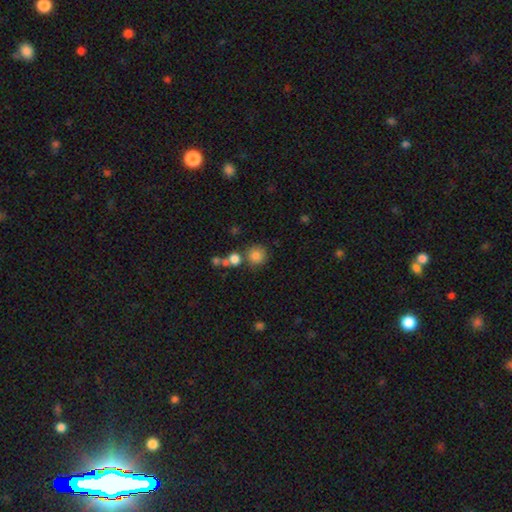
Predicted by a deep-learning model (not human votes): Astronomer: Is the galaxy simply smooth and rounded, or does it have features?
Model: smooth — 82%.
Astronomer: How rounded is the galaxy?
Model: round — 91%.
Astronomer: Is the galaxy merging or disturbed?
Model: none — 67%.